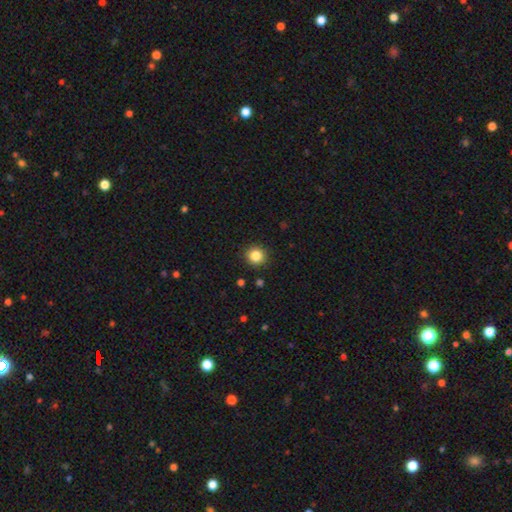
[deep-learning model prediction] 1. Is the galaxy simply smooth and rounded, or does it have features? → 85% smooth, 11% star or artifact, 5% featured or disk.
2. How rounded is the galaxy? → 92% round, 7% in between, 1% cigar-shaped.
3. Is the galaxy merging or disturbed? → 91% none, 6% minor disturbance, 2% major disturbance, 1% merger.